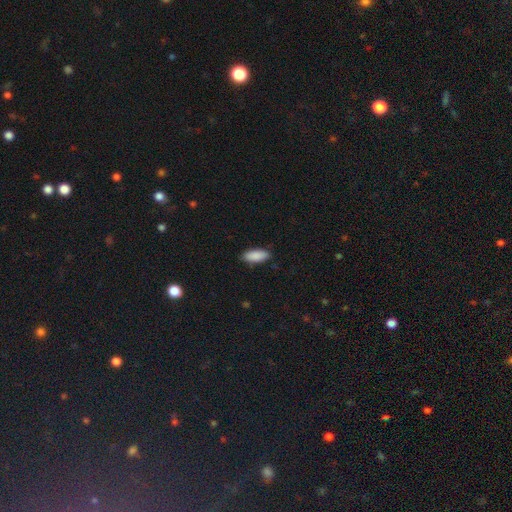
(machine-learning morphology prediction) Smooth or featured: smooth — 90% (star or artifact — 6%)
How rounded: in between — 81% (cigar-shaped — 18%)
Merging: none — 86% (minor disturbance — 11%)